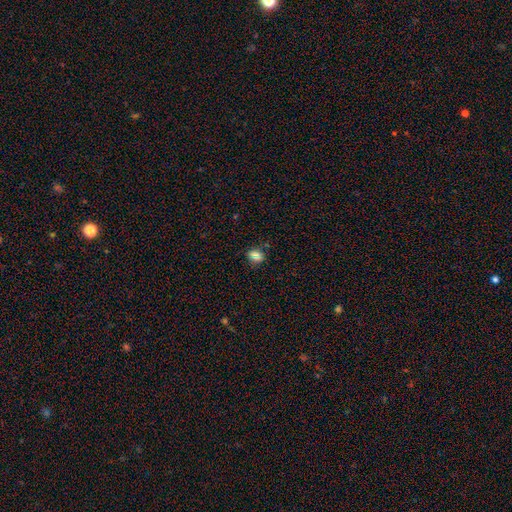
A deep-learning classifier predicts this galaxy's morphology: A smooth galaxy with no disk features (70%) that is round (62%).

Vote fractions:
- Smooth or featured? smooth: 70% / star or artifact: 23% / featured or disk: 7%
- How rounded? round: 62% / in between: 35% / cigar-shaped: 3%
- Merging? none: 78% / minor disturbance: 14% / major disturbance: 4% / merger: 4%